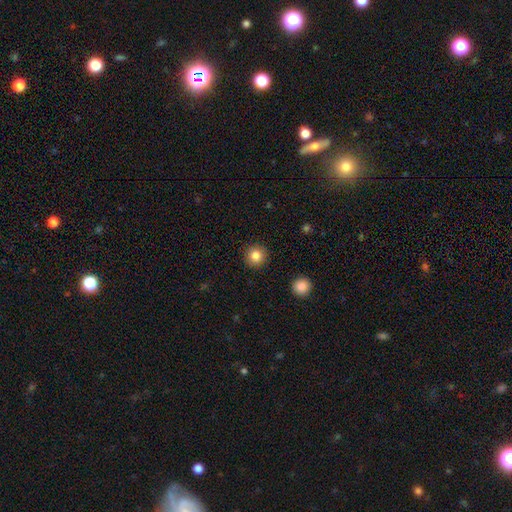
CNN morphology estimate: Smooth or featured? Predicted: smooth (p=0.82). How rounded? Predicted: round (p=0.95). Merging? Predicted: none (p=0.92).